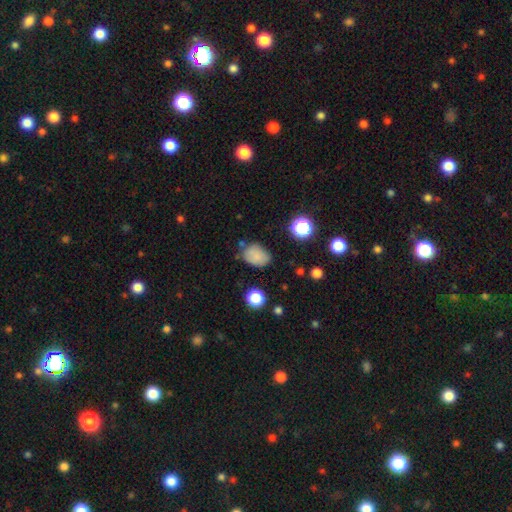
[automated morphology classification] This appears to be a smooth galaxy with no disk features (80%) that is in between round and cigar-shaped (74%). Merging: none (66%).